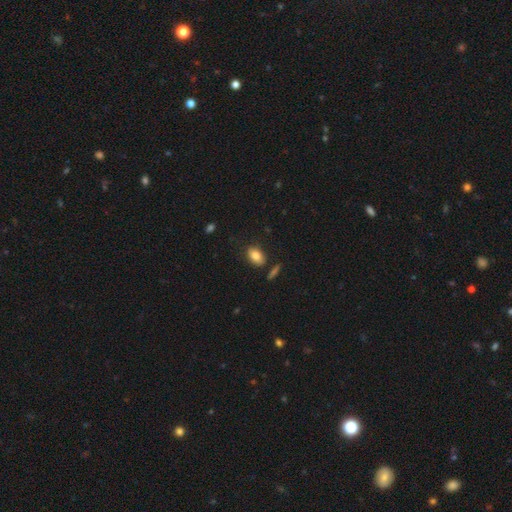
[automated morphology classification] This appears to be a smooth galaxy with no disk features (83%) that is in between round and cigar-shaped (86%). Merging: none (80%).